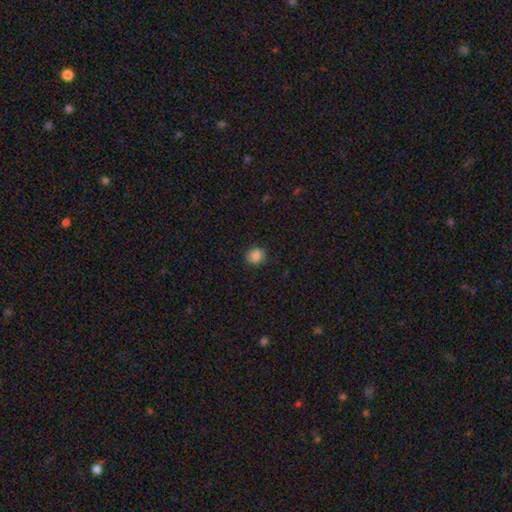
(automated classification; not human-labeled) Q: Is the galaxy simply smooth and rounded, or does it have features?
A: smooth — 85%.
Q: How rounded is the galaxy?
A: round — 82%.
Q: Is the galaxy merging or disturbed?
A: none — 88%.